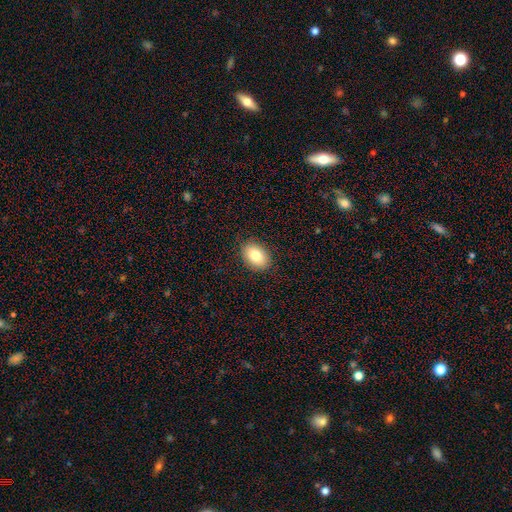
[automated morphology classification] type=smooth (82%); roundness=in between (80%); merging=none (89%).